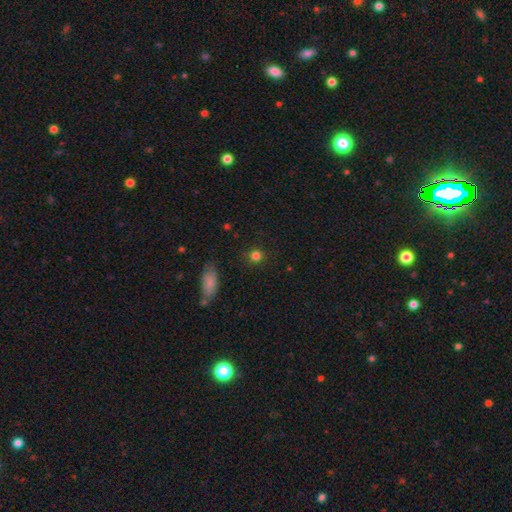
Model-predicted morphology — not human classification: A smooth galaxy with no disk features (81%) that is round (89%).

Vote fractions:
- Smooth or featured? smooth: 81% / star or artifact: 14% / featured or disk: 6%
- How rounded? round: 89% / in between: 10% / cigar-shaped: 1%
- Merging? none: 87% / minor disturbance: 8% / major disturbance: 3% / merger: 2%